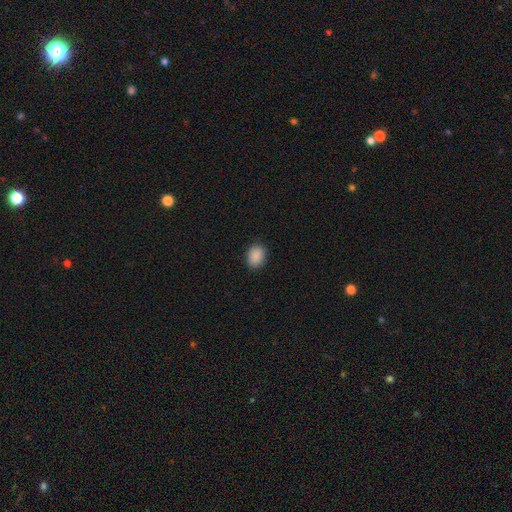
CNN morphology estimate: A smooth galaxy with no disk features (90%) that is in between round and cigar-shaped (70%). Merging: none (88%).